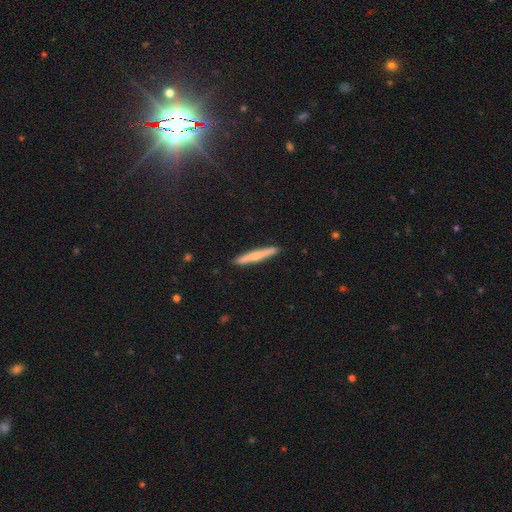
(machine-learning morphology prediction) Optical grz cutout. It shows a smooth galaxy with no disk features (57%) that is cigar-shaped (95%). Merging: none (92%).